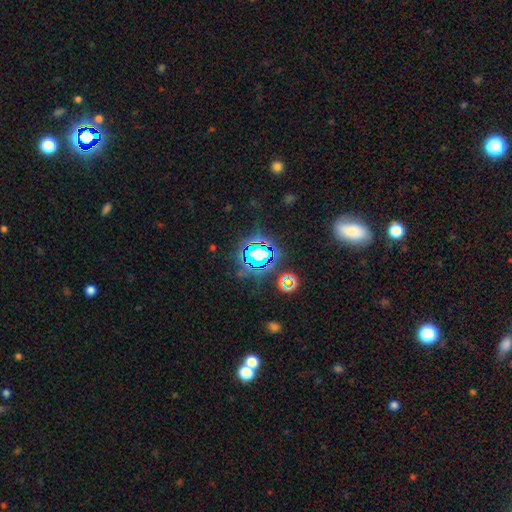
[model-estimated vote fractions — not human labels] Overall: star or artifact (72%).